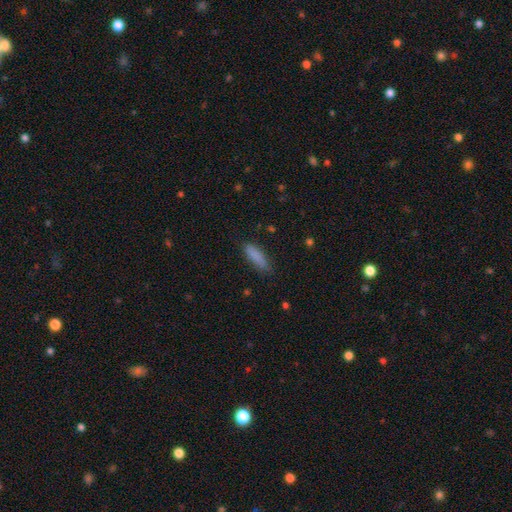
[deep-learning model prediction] smooth-or-featured: smooth: 86% | star or artifact: 7% | featured or disk: 7%
  how-rounded: cigar-shaped: 57% | in between: 41% | round: 2%
  merging: none: 79% | minor disturbance: 16% | major disturbance: 3% | merger: 2%